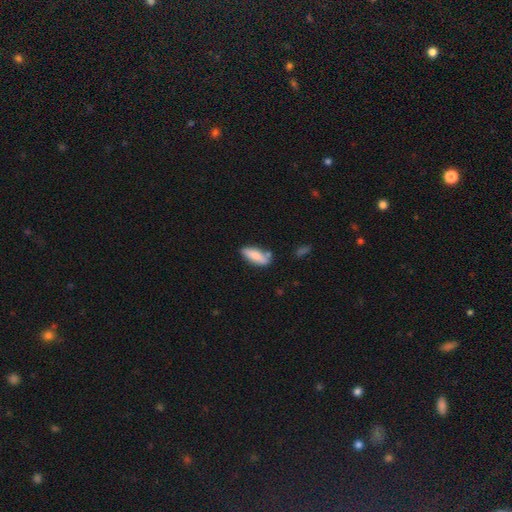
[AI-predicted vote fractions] Q: Smooth or featured?
A: smooth (81%); runner-up: featured or disk (13%)
Q: How rounded?
A: in between (65%); runner-up: cigar-shaped (33%)
Q: Merging?
A: none (65%); runner-up: minor disturbance (21%)